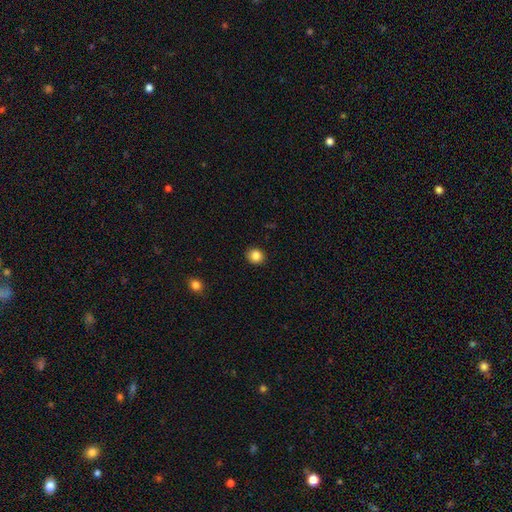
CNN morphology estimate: type=smooth (85%); roundness=round (79%); merging=none (90%).